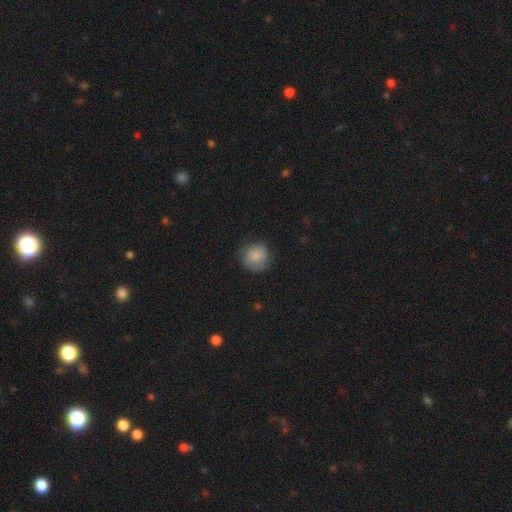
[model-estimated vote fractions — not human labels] A smooth galaxy with no disk features (83%) that is round (90%).

Vote fractions:
- Smooth or featured? smooth: 83% / featured or disk: 9% / star or artifact: 8%
- How rounded? round: 90% / in between: 9% / cigar-shaped: 1%
- Merging? none: 78% / minor disturbance: 17% / major disturbance: 4% / merger: 1%